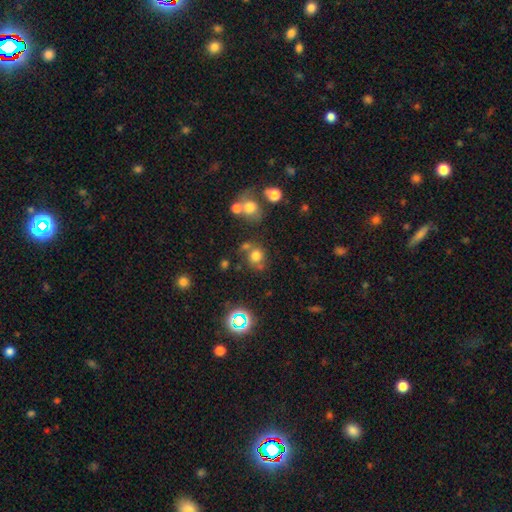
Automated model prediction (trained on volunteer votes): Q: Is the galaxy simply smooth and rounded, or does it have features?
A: smooth — 71%.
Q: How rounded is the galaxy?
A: round — 81%.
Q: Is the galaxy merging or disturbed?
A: none — 59%.